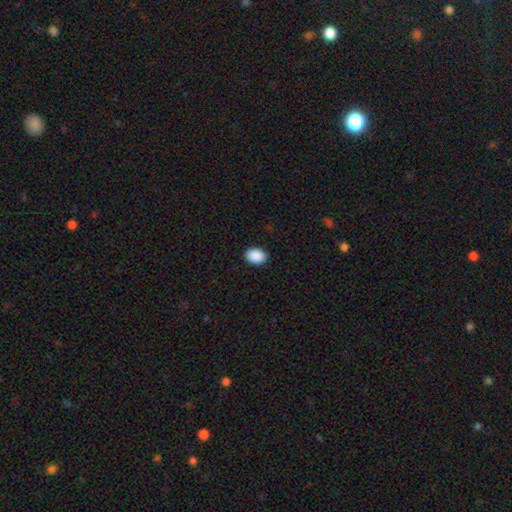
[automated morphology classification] smooth-or-featured: smooth: 91% | star or artifact: 7% | featured or disk: 2%
  how-rounded: in between: 78% | round: 21% | cigar-shaped: 1%
  merging: none: 91% | minor disturbance: 7% | major disturbance: 2% | merger: 1%